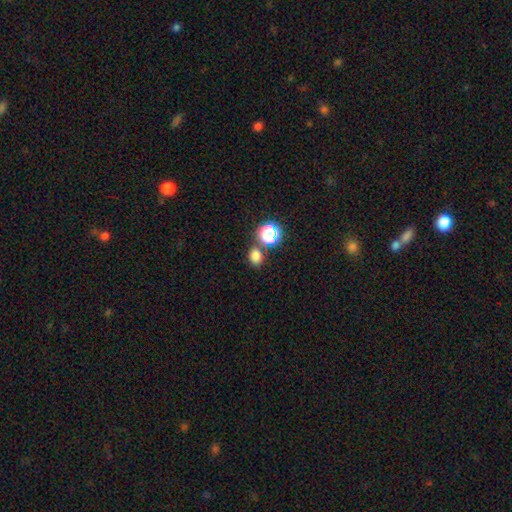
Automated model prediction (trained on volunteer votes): Q: Smooth or featured?
A: smooth (74%); runner-up: star or artifact (21%)
Q: How rounded?
A: round (60%); runner-up: in between (39%)
Q: Merging?
A: none (72%); runner-up: merger (15%)